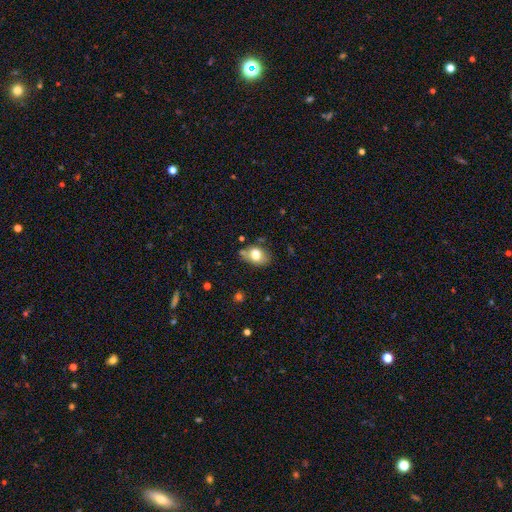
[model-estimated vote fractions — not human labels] Smooth or featured? smooth (75%)
How rounded? in between (72%)
Merging? none (55%)